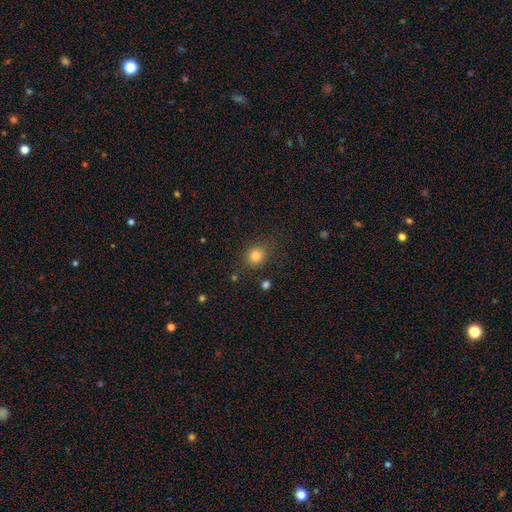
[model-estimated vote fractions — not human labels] Morphology: type=smooth (82%); roundness=round (78%); merging=none (80%).